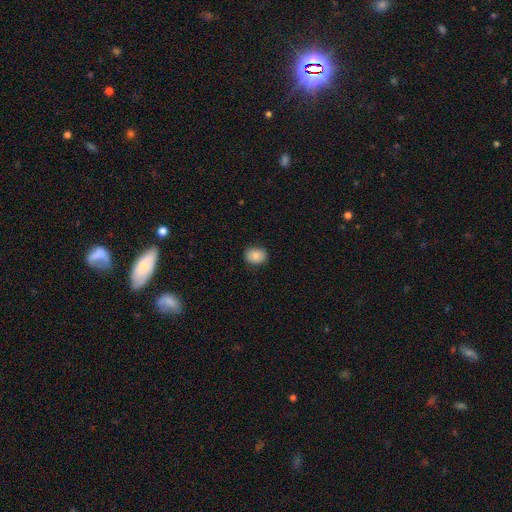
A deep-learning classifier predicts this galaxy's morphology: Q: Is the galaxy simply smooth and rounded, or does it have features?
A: smooth — 87%.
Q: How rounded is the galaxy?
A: in between — 55%.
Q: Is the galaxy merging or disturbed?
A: none — 86%.